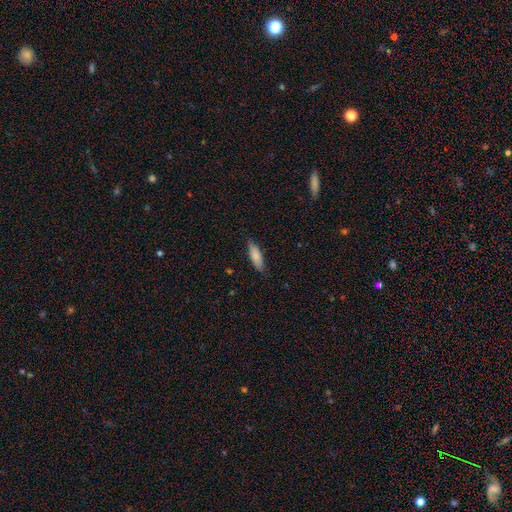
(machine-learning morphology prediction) Smooth or featured? Predicted: smooth (p=0.82). How rounded? Predicted: in between (p=0.51). Merging? Predicted: none (p=0.81).